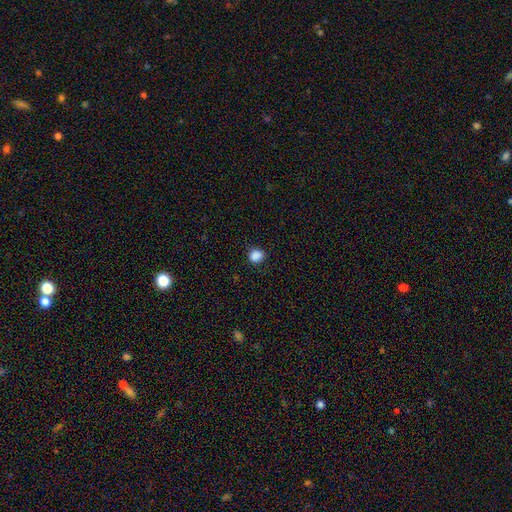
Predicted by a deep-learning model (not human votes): A smooth galaxy with no disk features (86%) that is round (68%). Merging: none (78%).